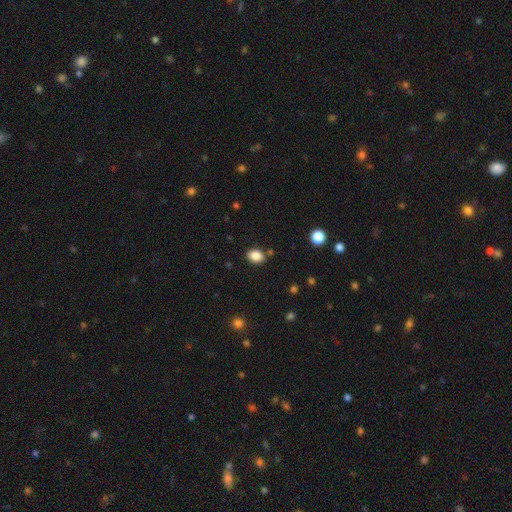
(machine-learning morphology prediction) type=smooth (86%); roundness=in between (68%); merging=none (82%).